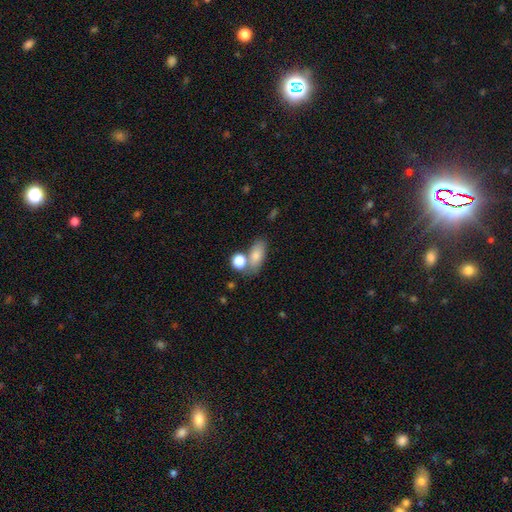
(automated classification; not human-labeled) Smooth or featured? smooth (80%)
How rounded? in between (80%)
Merging? none (55%)